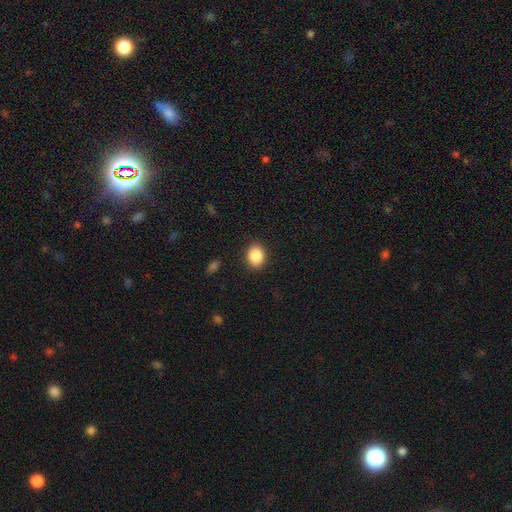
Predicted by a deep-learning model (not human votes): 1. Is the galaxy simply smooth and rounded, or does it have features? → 87% smooth, 9% star or artifact, 4% featured or disk.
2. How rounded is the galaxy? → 58% round, 41% in between, 1% cigar-shaped.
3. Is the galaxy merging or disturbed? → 89% none, 8% minor disturbance, 2% major disturbance, 1% merger.